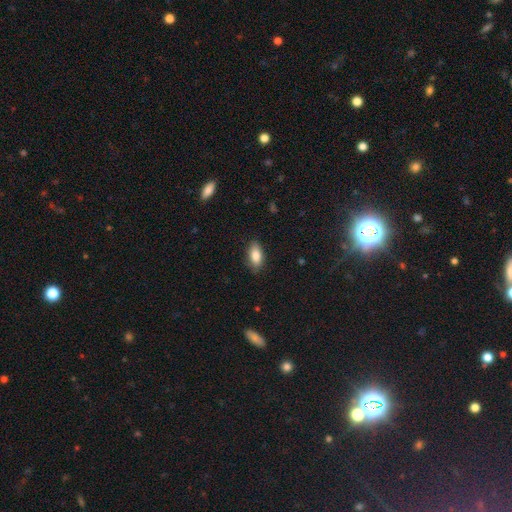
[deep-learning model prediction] smooth_or_featured: smooth (p=0.84) [alt: featured or disk p=0.09]
how_rounded: in between (p=0.89) [alt: cigar-shaped p=0.08]
merging: none (p=0.84) [alt: minor disturbance p=0.12]